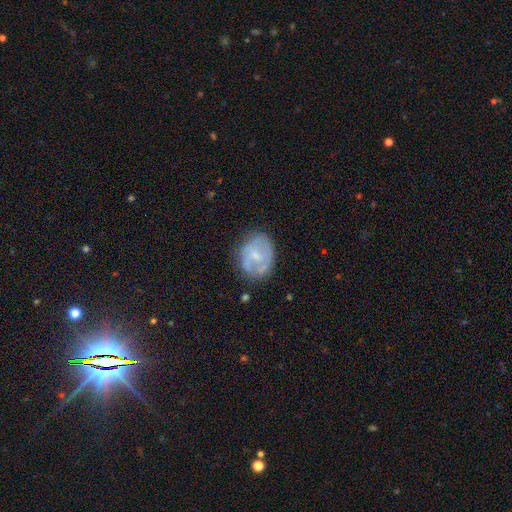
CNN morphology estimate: Smooth or featured? featured or disk (51%)
Edge-on disk? no (97%)
Merging? none (61%)